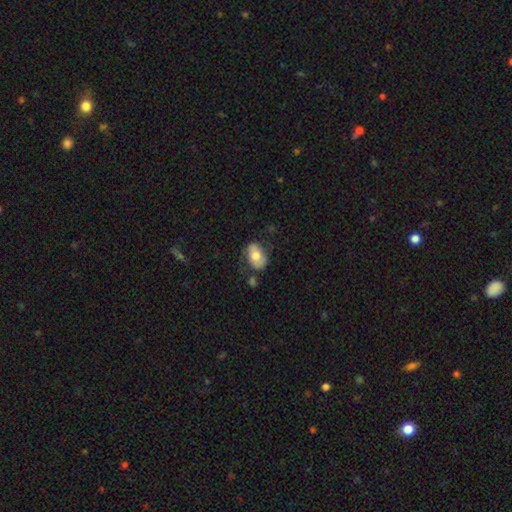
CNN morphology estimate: Smooth or featured?
  - smooth: 70% *
  - featured or disk: 23%
  - star or artifact: 7%
How rounded?
  - in between: 88% *
  - round: 11%
  - cigar-shaped: 1%
Merging?
  - none: 67% *
  - minor disturbance: 22%
  - major disturbance: 7%
  - merger: 4%